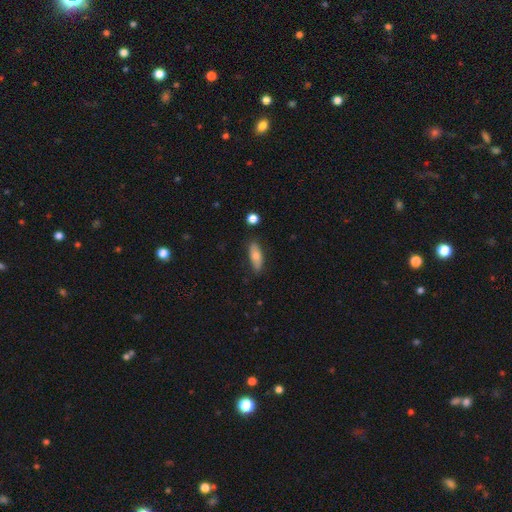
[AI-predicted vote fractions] The model was most divided on "how rounded": in between: 69%, cigar-shaped: 28%, round: 3%. More confident: merging — none (81%); smooth or featured — smooth (71%).